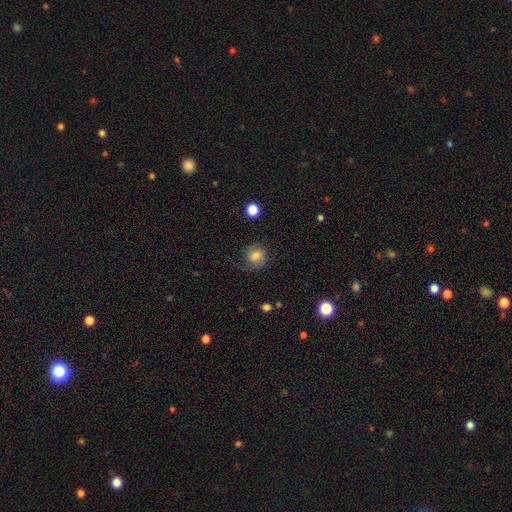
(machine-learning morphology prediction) smooth_or_featured: smooth (p=0.59) [alt: featured or disk p=0.31]
how_rounded: round (p=0.77) [alt: in between p=0.22]
merging: none (p=0.60) [alt: minor disturbance p=0.21]